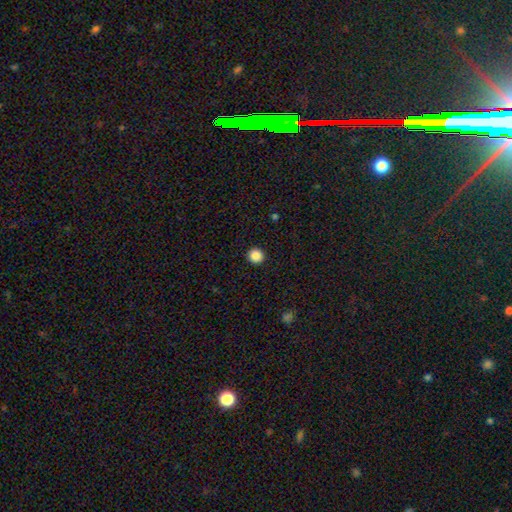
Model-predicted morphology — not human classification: Q: Smooth or featured?
A: smooth (87%); runner-up: star or artifact (10%)
Q: How rounded?
A: round (94%); runner-up: in between (5%)
Q: Merging?
A: none (93%); runner-up: minor disturbance (4%)